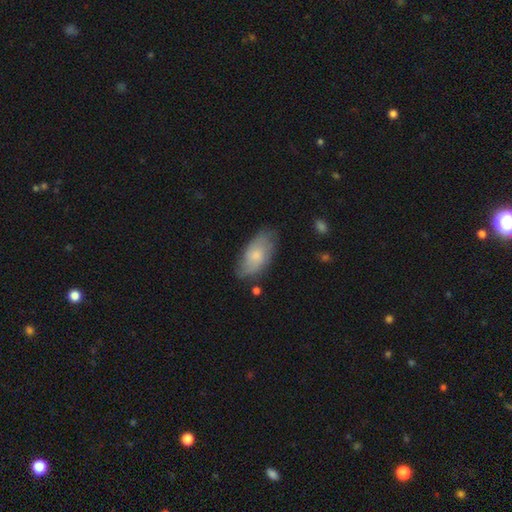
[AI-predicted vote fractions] Q: Smooth or featured?
A: smooth (66%); runner-up: featured or disk (28%)
Q: How rounded?
A: in between (92%); runner-up: cigar-shaped (5%)
Q: Merging?
A: none (71%); runner-up: minor disturbance (22%)